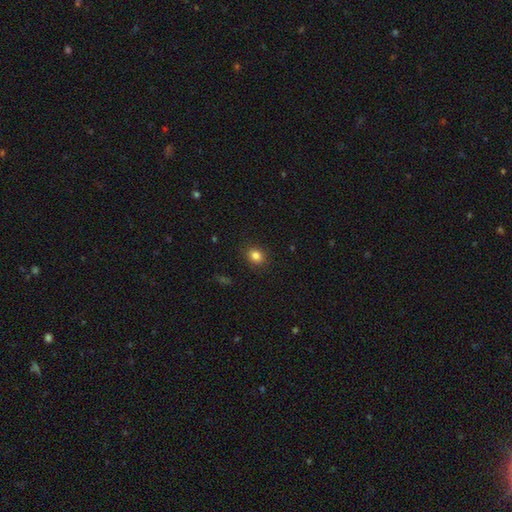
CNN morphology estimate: A smooth galaxy with no disk features (84%) that is round (56%). Merging: none (88%).